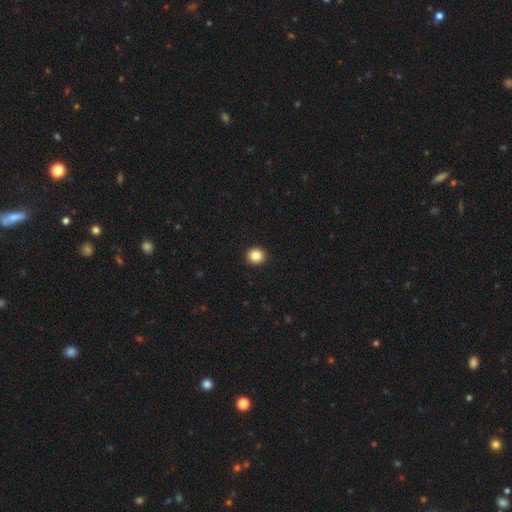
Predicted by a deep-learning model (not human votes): smooth-or-featured: smooth: 85% | star or artifact: 10% | featured or disk: 5%
  how-rounded: round: 90% | in between: 9% | cigar-shaped: 1%
  merging: none: 93% | minor disturbance: 4% | major disturbance: 1% | merger: 1%